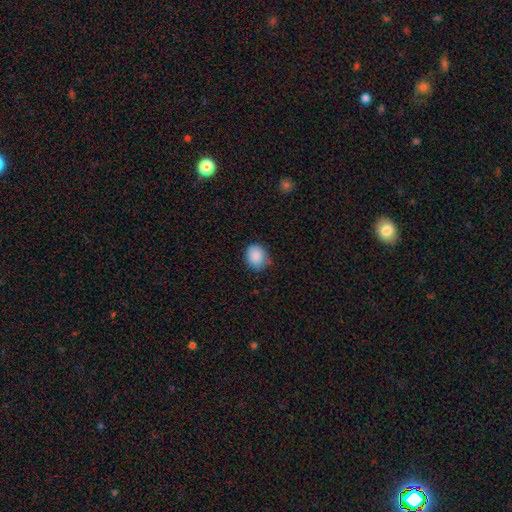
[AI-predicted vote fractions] Overall: smooth (87%). How rounded: round (62%; in between 37%). Merging: none (71%).